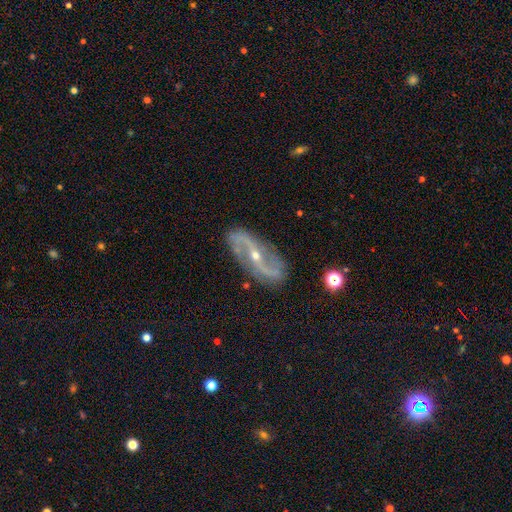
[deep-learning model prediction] featured or disk 90%, star or artifact 5%, smooth 5%. Down the decision tree: edge-on disk — no (94%); bar — strong (38%); spiral arms — yes (95%); spiral arm count — 2 (94%); spiral winding — loose (65%); bulge size — small (67%); merging — none (83%).